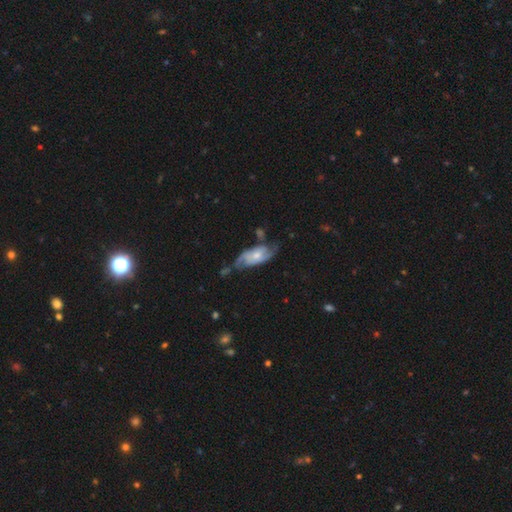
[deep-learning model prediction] smooth_or_featured: featured or disk (p=0.75) [alt: smooth p=0.20]
disk_edge_on: no (p=0.93) [alt: yes p=0.07]
bar: no (p=0.62) [alt: weak p=0.30]
has_spiral_arms: yes (p=0.91) [alt: no p=0.09]
spiral_winding: medium (p=0.42) [alt: loose p=0.35]
spiral_arm_count: 2 (p=0.79) [alt: can't tell p=0.10]
bulge_size: small (p=0.52) [alt: moderate p=0.40]
merging: none (p=0.51) [alt: minor disturbance p=0.26]